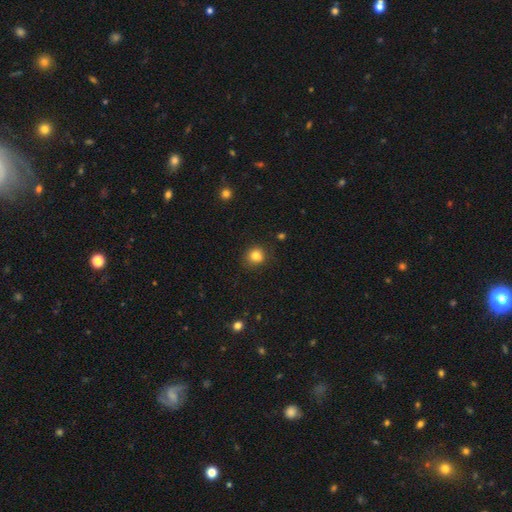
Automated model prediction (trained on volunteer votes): Q: Smooth or featured?
A: smooth (82%); runner-up: star or artifact (12%)
Q: How rounded?
A: round (85%); runner-up: in between (15%)
Q: Merging?
A: none (82%); runner-up: minor disturbance (13%)